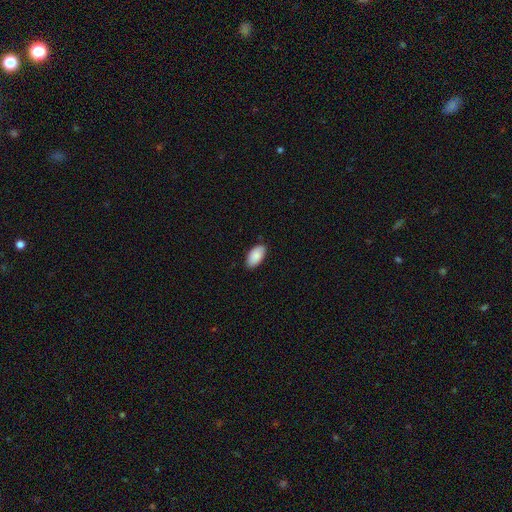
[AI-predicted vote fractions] Overall: smooth (90%). How rounded: in between (96%). Merging: none (85%).